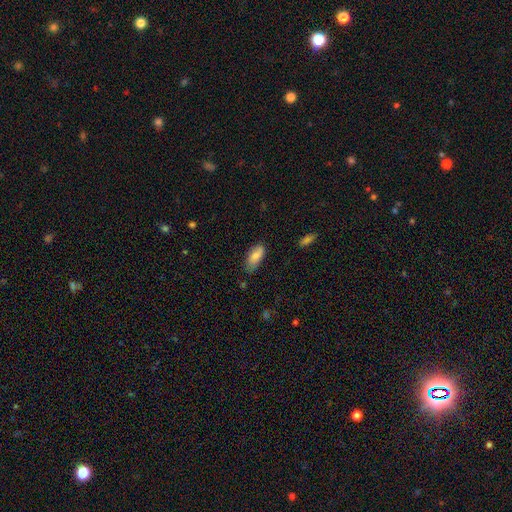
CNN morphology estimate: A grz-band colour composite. It shows a smooth galaxy with no disk features (82%) that is in between round and cigar-shaped (85%). Merging: none (71%).